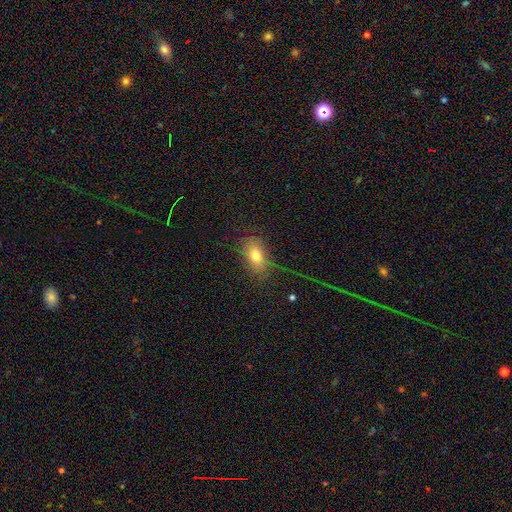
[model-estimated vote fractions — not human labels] Smooth or featured?
  - smooth: 77% *
  - featured or disk: 12%
  - star or artifact: 11%
How rounded?
  - in between: 82% *
  - round: 15%
  - cigar-shaped: 2%
Merging?
  - none: 74% *
  - minor disturbance: 16%
  - major disturbance: 9%
  - merger: 2%